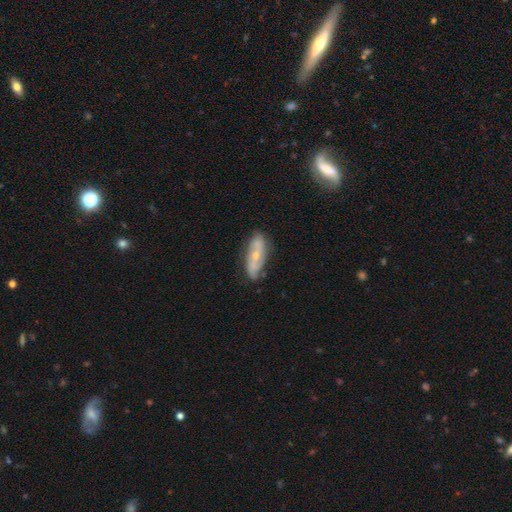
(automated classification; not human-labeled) Morphology: type=featured or disk (66%); edge-on=no (83%); bar=no (55%); spiral arms=yes (80%); bulge=small (53%); merging=none (77%).